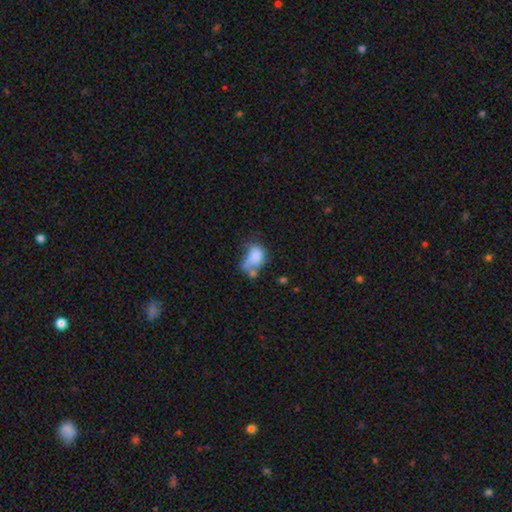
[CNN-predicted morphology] type=smooth (71%); roundness=in between (79%); merging=major disturbance (28%).